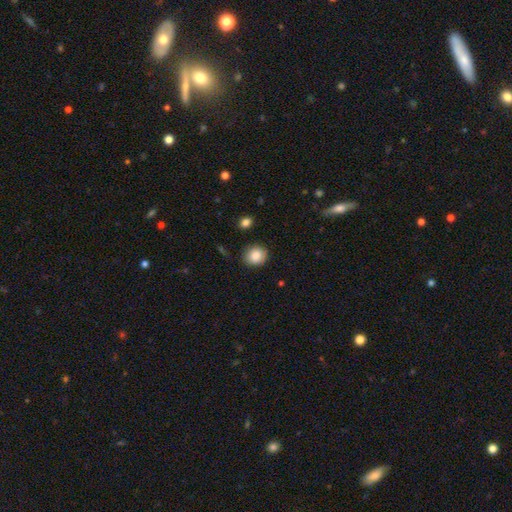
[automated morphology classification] Overall: smooth (87%). How rounded: round (81%). Merging: none (86%).